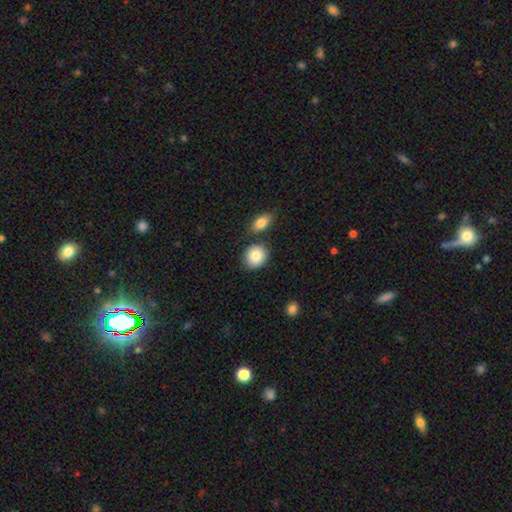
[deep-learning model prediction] Smooth or featured? Predicted: smooth (p=0.86). How rounded? Predicted: round (p=0.66). Merging? Predicted: none (p=0.74).